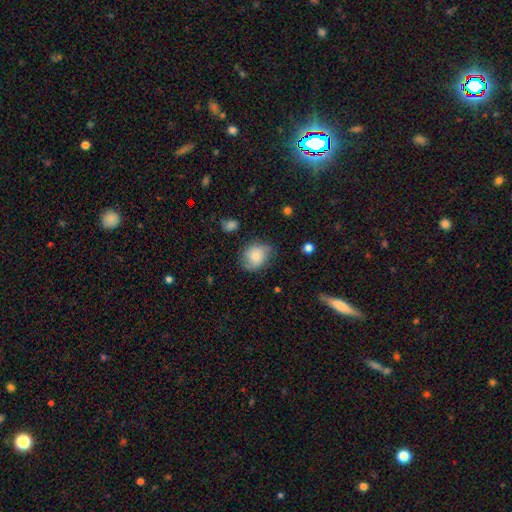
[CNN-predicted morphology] smooth 70%, featured or disk 22%, star or artifact 8%. Down the decision tree: how rounded — round (54%); merging — none (65%).